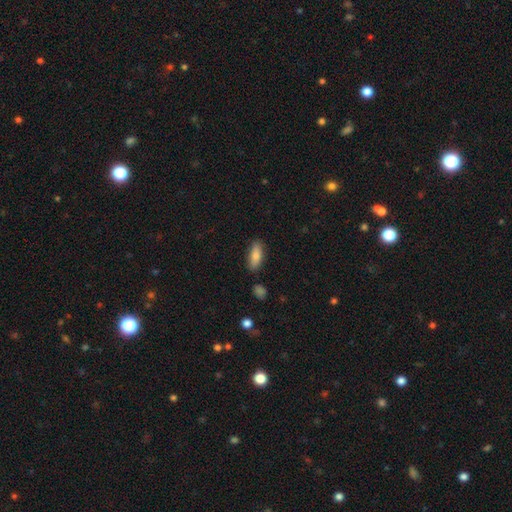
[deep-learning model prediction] Smooth or featured? smooth (80%)
How rounded? in between (72%)
Merging? none (84%)